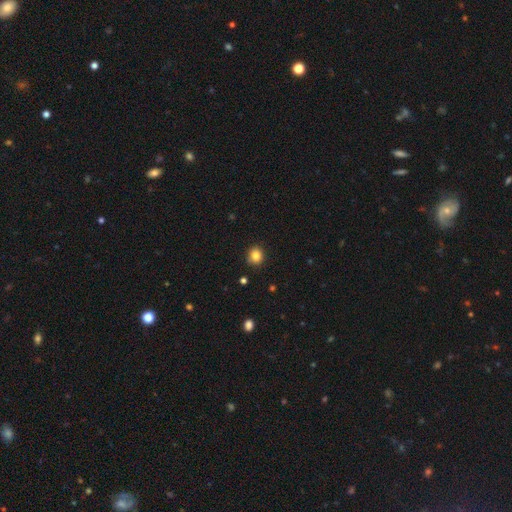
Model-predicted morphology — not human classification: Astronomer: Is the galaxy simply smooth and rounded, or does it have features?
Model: smooth — 84%.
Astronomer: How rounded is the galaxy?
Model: round — 83%.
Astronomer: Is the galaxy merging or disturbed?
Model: none — 89%.